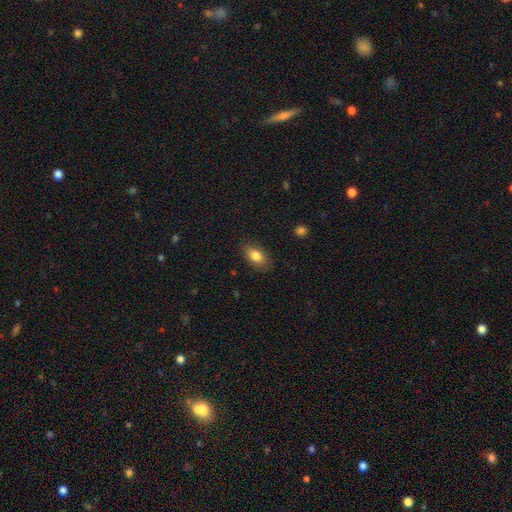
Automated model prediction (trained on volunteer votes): Overall: smooth (82%). How rounded: in between (87%). Merging: none (82%).